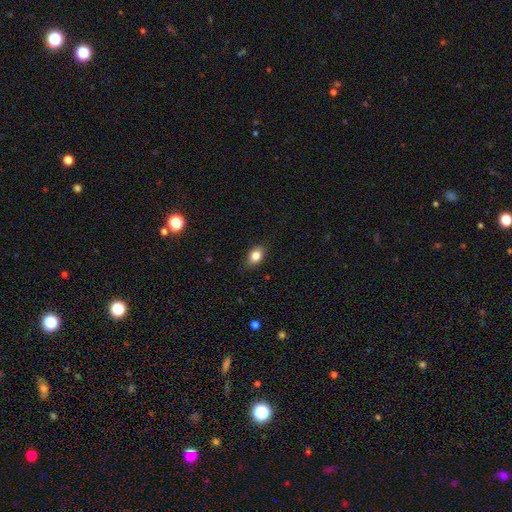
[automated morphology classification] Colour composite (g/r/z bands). It shows a smooth galaxy with no disk features (83%) that is in between round and cigar-shaped (77%). Merging: none (83%).